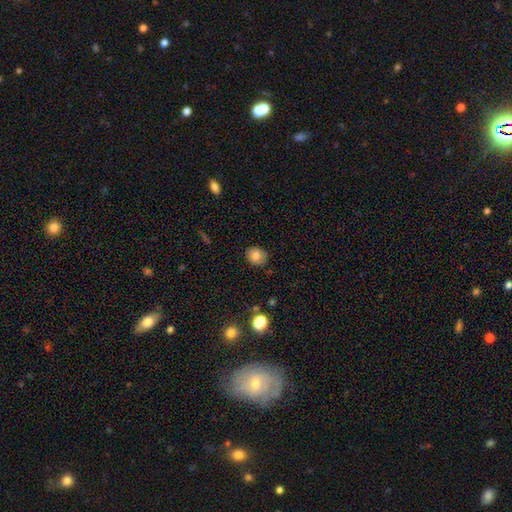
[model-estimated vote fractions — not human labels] This is likely a smooth galaxy (78%). How rounded: likely round (69%). Merging: clearly none (84%).